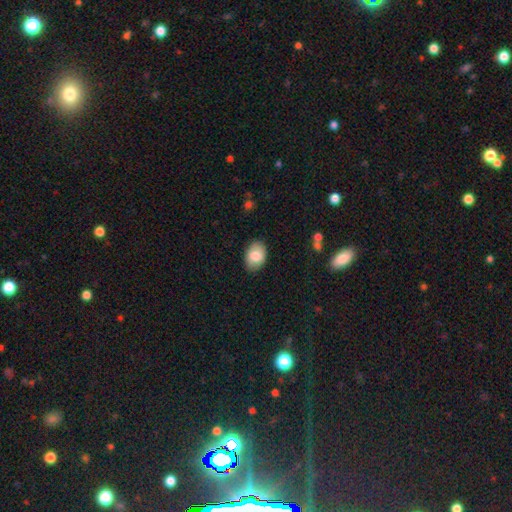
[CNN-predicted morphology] Smooth or featured: smooth — 83% (featured or disk — 10%)
How rounded: in between — 84% (round — 15%)
Merging: none — 86% (minor disturbance — 10%)